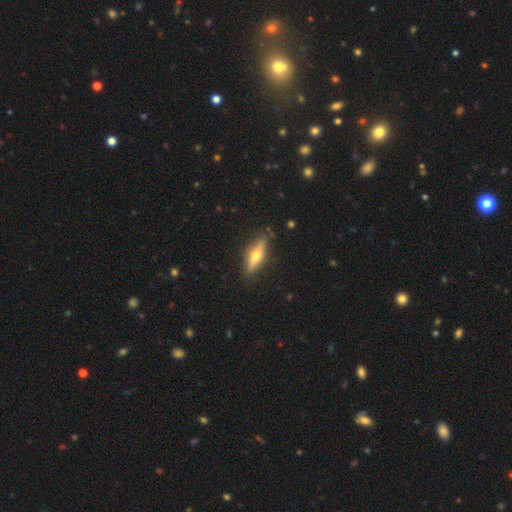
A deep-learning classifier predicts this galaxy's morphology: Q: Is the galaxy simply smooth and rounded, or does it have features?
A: featured or disk — 49%.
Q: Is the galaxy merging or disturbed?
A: none — 84%.